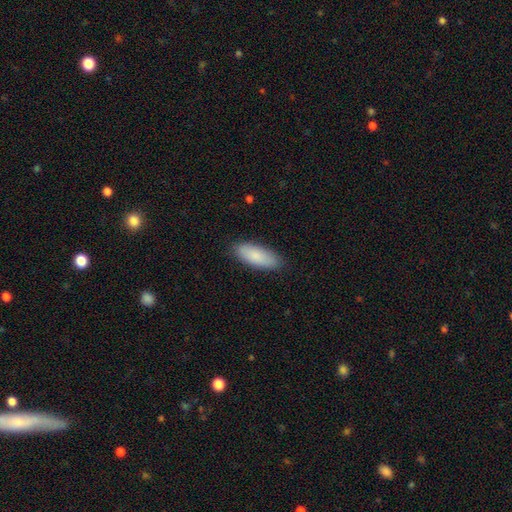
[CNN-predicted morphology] Smooth or featured?
  - smooth: 86% *
  - featured or disk: 8%
  - star or artifact: 6%
How rounded?
  - in between: 78% *
  - cigar-shaped: 21%
  - round: 2%
Merging?
  - none: 87% *
  - minor disturbance: 10%
  - major disturbance: 2%
  - merger: 1%